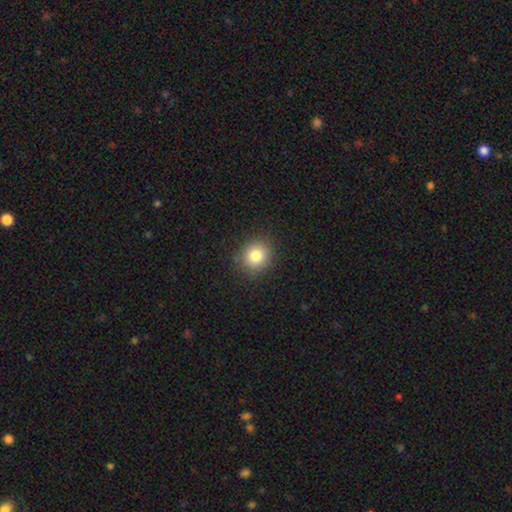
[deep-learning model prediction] Morphology: type=smooth (82%); roundness=round (86%); merging=none (89%).